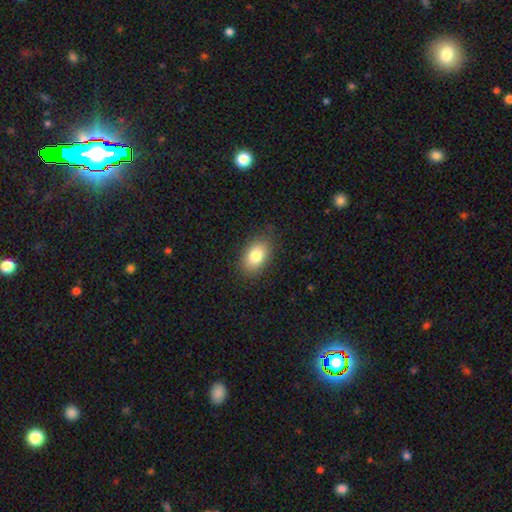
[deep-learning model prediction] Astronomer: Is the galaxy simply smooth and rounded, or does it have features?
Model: smooth — 81%.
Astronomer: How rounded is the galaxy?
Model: in between — 86%.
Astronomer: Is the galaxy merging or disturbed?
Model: none — 84%.